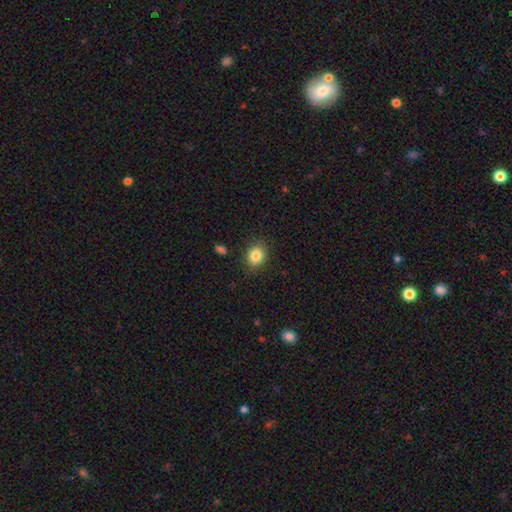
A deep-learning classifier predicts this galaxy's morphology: Smooth or featured? smooth (85%)
How rounded? round (57%)
Merging? none (86%)